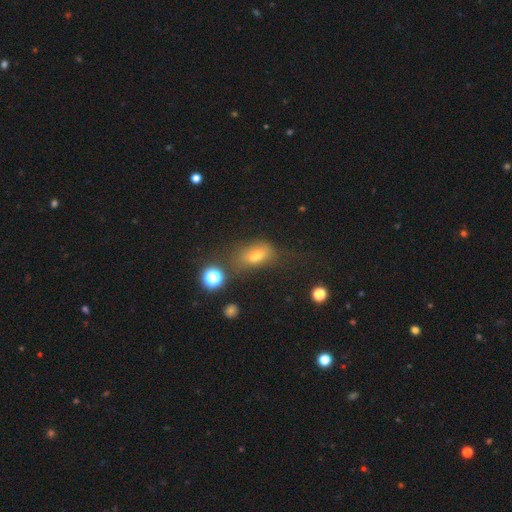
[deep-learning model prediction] A smooth galaxy with no disk features (66%) that is in between round and cigar-shaped (79%). Merging: none (53%).